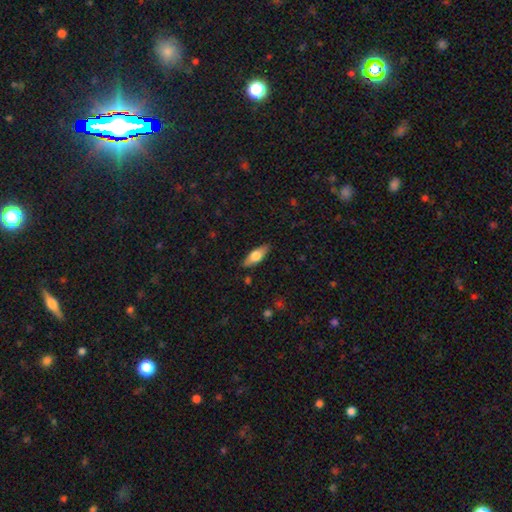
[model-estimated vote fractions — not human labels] Smooth or featured? smooth (60%)
How rounded? in between (65%)
Merging? none (87%)